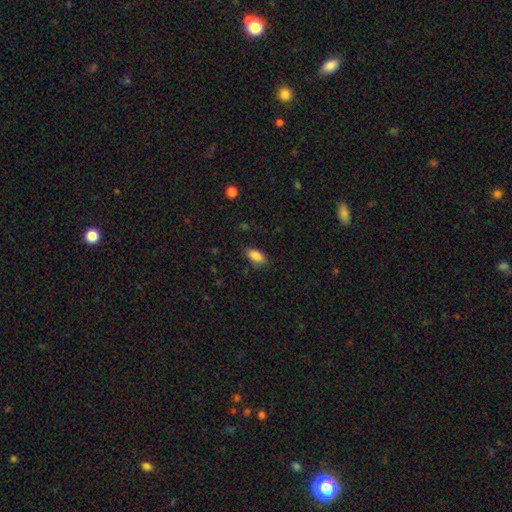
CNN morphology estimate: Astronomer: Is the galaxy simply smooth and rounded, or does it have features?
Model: smooth — 87%.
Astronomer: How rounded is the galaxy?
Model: in between — 89%.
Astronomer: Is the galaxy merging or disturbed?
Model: none — 81%.